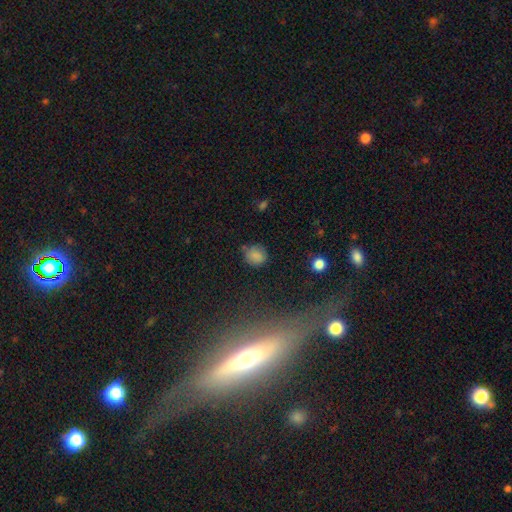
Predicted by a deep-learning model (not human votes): smooth_or_featured: smooth (p=0.80) [alt: star or artifact p=0.12]
how_rounded: round (p=0.75) [alt: in between p=0.24]
merging: none (p=0.70) [alt: minor disturbance p=0.20]